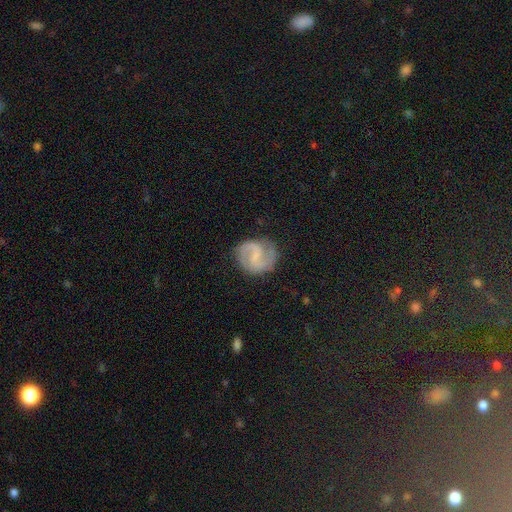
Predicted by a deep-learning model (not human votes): Q: Smooth or featured?
A: featured or disk (84%); runner-up: smooth (11%)
Q: Edge-on disk?
A: no (98%); runner-up: yes (2%)
Q: Bar?
A: weak (55%); runner-up: no (26%)
Q: Spiral arms?
A: yes (96%); runner-up: no (4%)
Q: Spiral winding?
A: medium (55%); runner-up: tight (23%)
Q: Spiral arm count?
A: 2 (92%); runner-up: can't tell (3%)
Q: Bulge size?
A: small (49%); runner-up: none (34%)
Q: Merging?
A: none (81%); runner-up: minor disturbance (13%)